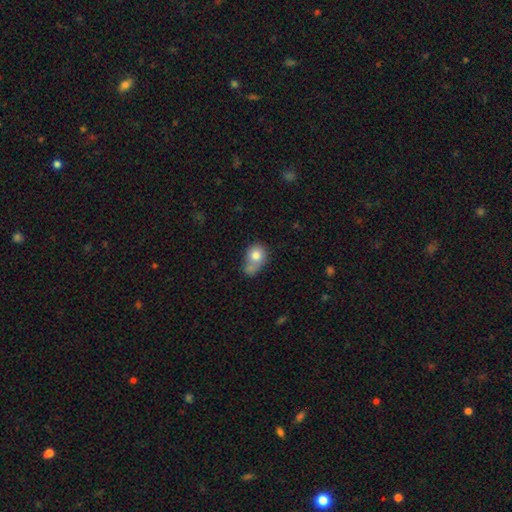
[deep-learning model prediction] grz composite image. It shows a smooth galaxy with no disk features (77%) that is round (53%). Merging: merger (39%).